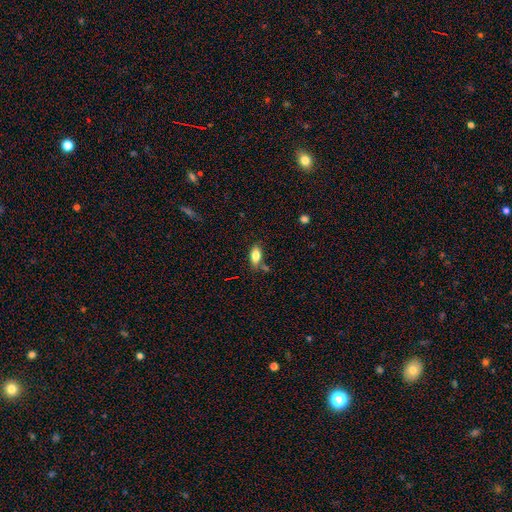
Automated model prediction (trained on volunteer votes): This is likely a smooth galaxy (78%). How rounded: clearly in between (86%). Merging: likely none (69%).